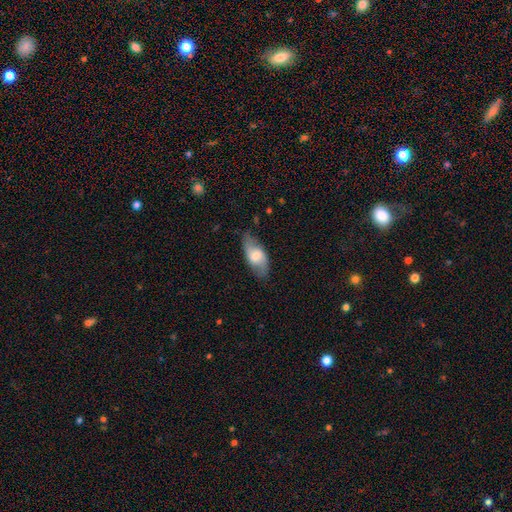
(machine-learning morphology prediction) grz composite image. It shows a smooth galaxy with no disk features (50%) that is in between round and cigar-shaped (88%). Merging: none (74%).